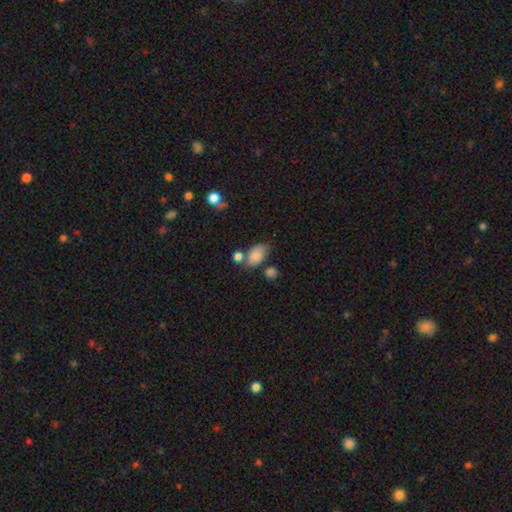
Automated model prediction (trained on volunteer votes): This appears to be a smooth galaxy with no disk features (82%) that is in between round and cigar-shaped (87%). Merging: none (51%).